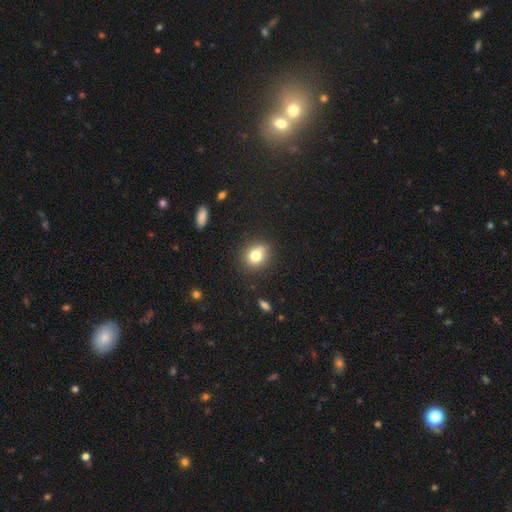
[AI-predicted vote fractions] This appears to be a smooth galaxy with no disk features (76%) that is round (75%). Merging: none (74%).